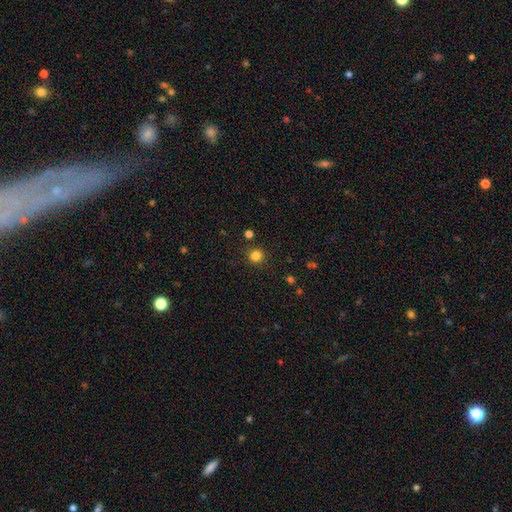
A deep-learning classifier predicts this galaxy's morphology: smooth_or_featured: smooth (p=0.82) [alt: star or artifact p=0.14]
how_rounded: round (p=0.93) [alt: in between p=0.06]
merging: none (p=0.89) [alt: minor disturbance p=0.07]